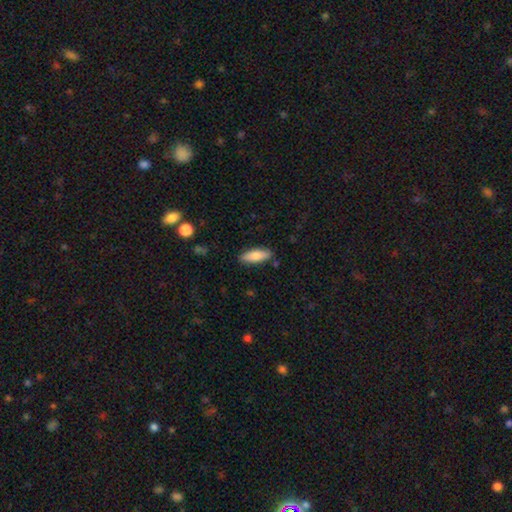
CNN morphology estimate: Smooth or featured? Predicted: smooth (p=0.80). How rounded? Predicted: in between (p=0.60). Merging? Predicted: none (p=0.87).